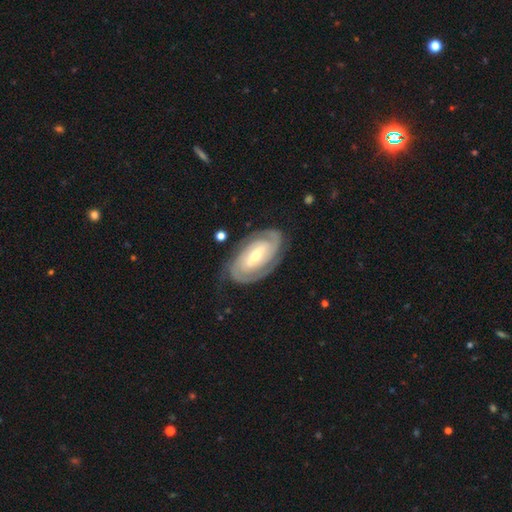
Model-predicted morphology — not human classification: The model was most divided on "bar": strong: 39%, weak: 37%, no: 23%. More confident: spiral arms — yes (96%); edge-on disk — no (95%); smooth or featured — featured or disk (87%); merging — none (79%); spiral winding — tight (74%); spiral arm count — 2 (69%); bulge size — small (53%).